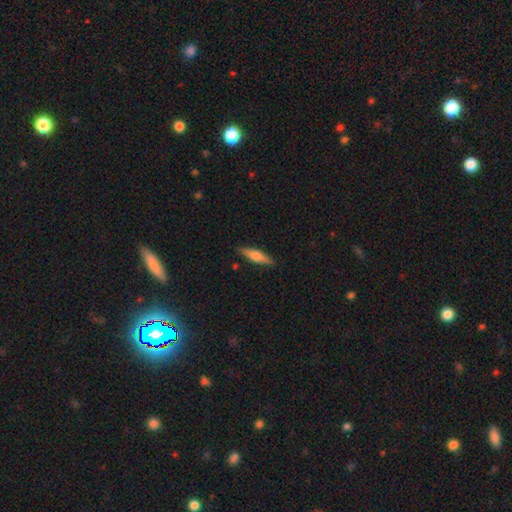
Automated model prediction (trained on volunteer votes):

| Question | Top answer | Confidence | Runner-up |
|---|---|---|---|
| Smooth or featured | smooth | 56% | featured or disk (38%) |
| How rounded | cigar-shaped | 75% | in between (23%) |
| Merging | none | 88% | minor disturbance (9%) |